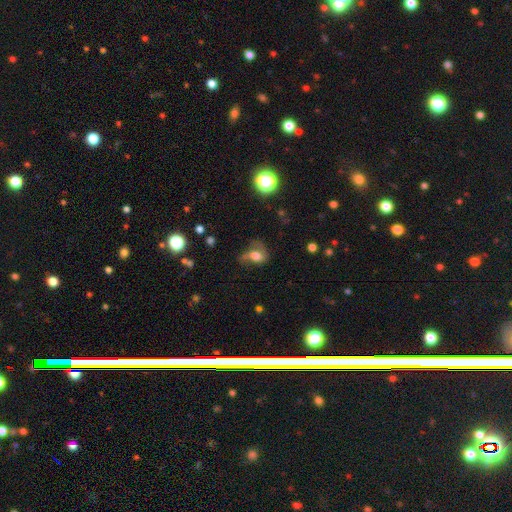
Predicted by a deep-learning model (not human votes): This is possibly a smooth galaxy (52%). How rounded: likely in between (63%). Merging: marginally major disturbance (37%).